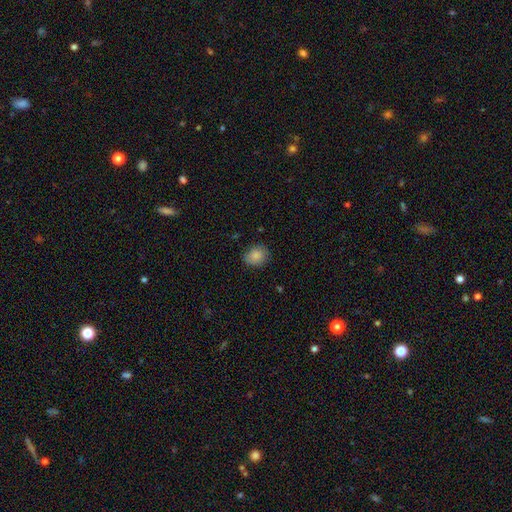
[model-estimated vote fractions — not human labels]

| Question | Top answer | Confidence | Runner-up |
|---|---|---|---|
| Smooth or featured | smooth | 84% | star or artifact (8%) |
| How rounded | round | 58% | in between (41%) |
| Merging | none | 80% | minor disturbance (15%) |